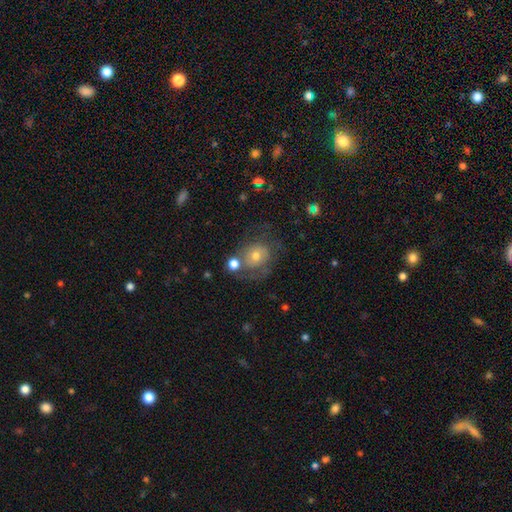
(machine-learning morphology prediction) This appears to be a smooth galaxy with no disk features (44%). Merging: none (54%).